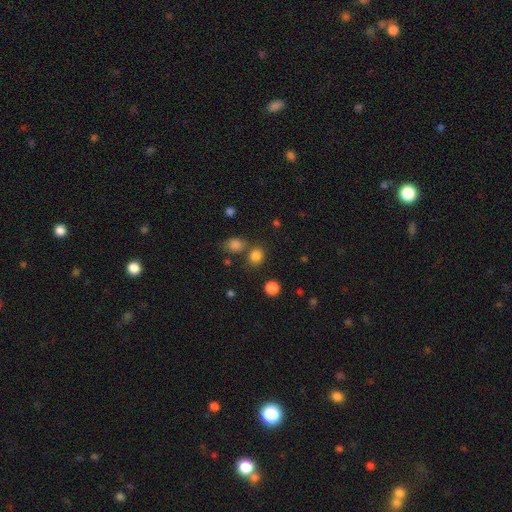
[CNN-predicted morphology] smooth-or-featured: smooth: 82% | star or artifact: 14% | featured or disk: 4%
  how-rounded: round: 72% | in between: 27% | cigar-shaped: 1%
  merging: none: 71% | merger: 16% | minor disturbance: 10% | major disturbance: 4%